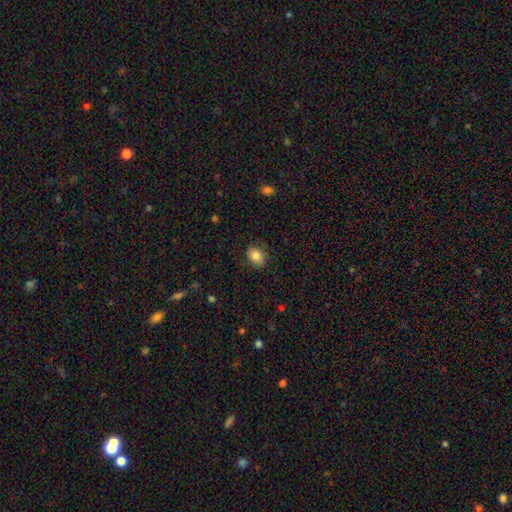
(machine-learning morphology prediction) Smooth or featured? smooth (83%)
How rounded? in between (56%)
Merging? none (80%)